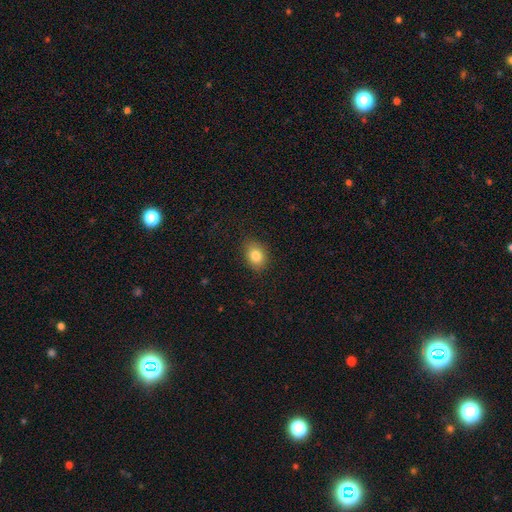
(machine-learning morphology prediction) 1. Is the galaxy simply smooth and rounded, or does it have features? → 83% smooth, 10% star or artifact, 7% featured or disk.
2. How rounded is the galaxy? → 61% in between, 37% round, 1% cigar-shaped.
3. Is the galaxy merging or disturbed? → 85% none, 11% minor disturbance, 3% major disturbance, 1% merger.